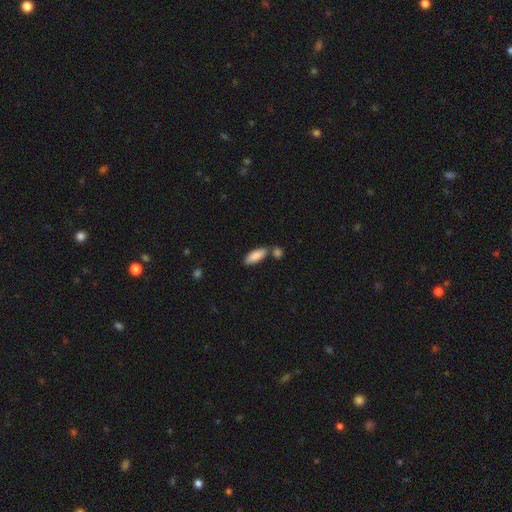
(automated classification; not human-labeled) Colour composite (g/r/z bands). It shows a smooth galaxy with no disk features (87%) that is in between round and cigar-shaped (72%). Merging: none (69%).